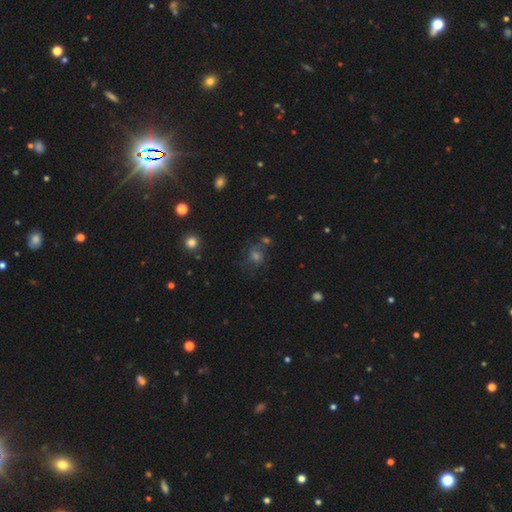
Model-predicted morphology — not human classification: Smooth or featured? Predicted: smooth (p=0.43). Merging? Predicted: none (p=0.63).